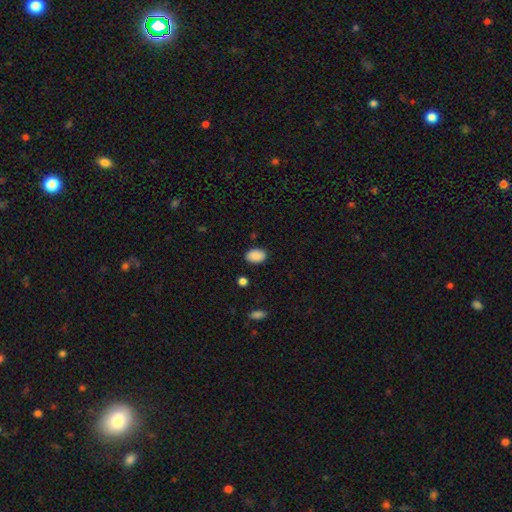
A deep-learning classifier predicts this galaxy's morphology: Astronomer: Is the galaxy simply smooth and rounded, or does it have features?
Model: smooth — 89%.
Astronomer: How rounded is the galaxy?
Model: in between — 83%.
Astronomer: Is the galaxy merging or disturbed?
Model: none — 85%.